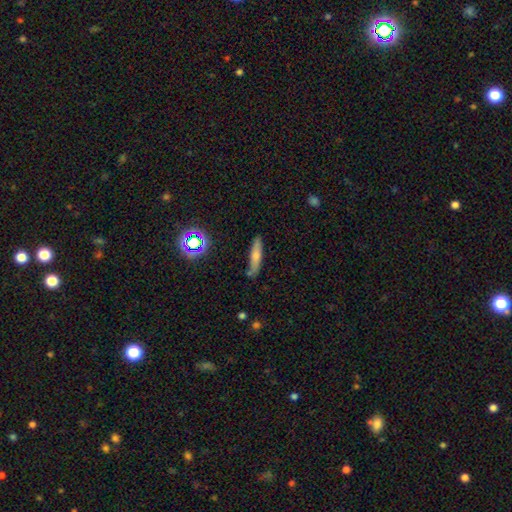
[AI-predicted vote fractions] Smooth or featured? Predicted: smooth (p=0.63). How rounded? Predicted: cigar-shaped (p=0.79). Merging? Predicted: none (p=0.77).